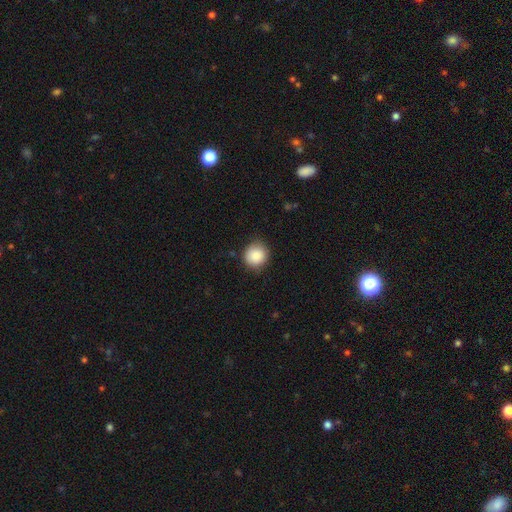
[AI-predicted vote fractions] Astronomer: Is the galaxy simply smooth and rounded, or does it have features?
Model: smooth — 86%.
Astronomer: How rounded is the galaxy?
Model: round — 89%.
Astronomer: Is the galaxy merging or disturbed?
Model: none — 84%.